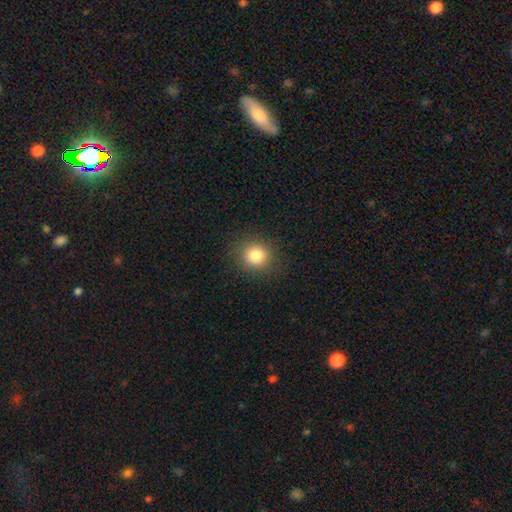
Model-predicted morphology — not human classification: This appears to be a smooth galaxy with no disk features (82%) that is round (85%). Merging: none (89%).